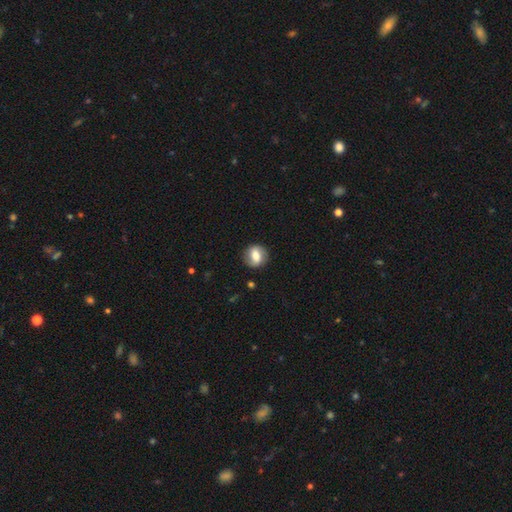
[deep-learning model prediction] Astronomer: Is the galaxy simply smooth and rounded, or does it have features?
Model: smooth — 60%.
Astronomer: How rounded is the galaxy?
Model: round — 66%.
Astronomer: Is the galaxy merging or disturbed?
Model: none — 83%.